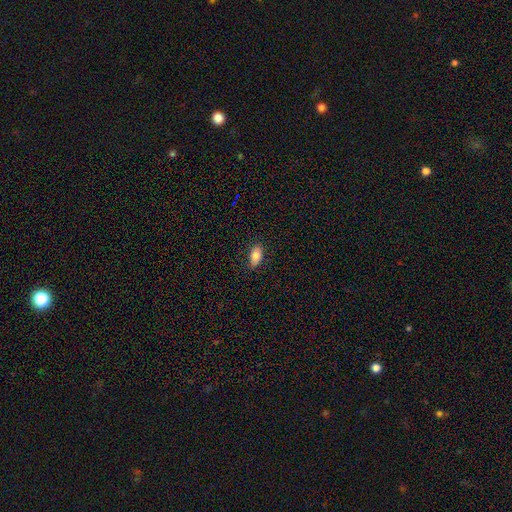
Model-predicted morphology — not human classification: A smooth galaxy with no disk features (78%) that is in between round and cigar-shaped (90%). Merging: none (86%).